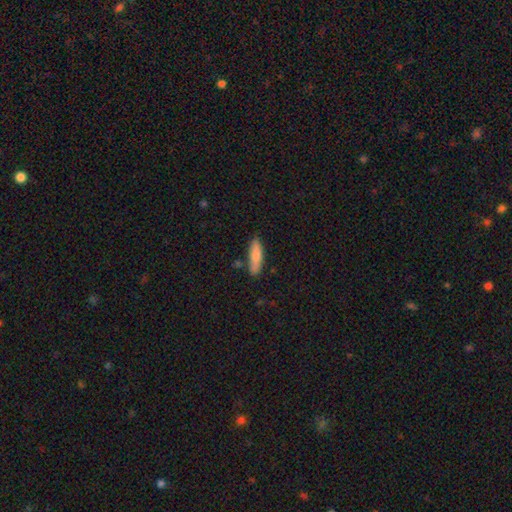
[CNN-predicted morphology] The model was most divided on "how rounded": cigar-shaped: 62%, in between: 36%, round: 2%. More confident: smooth or featured — smooth (78%); merging — none (76%).